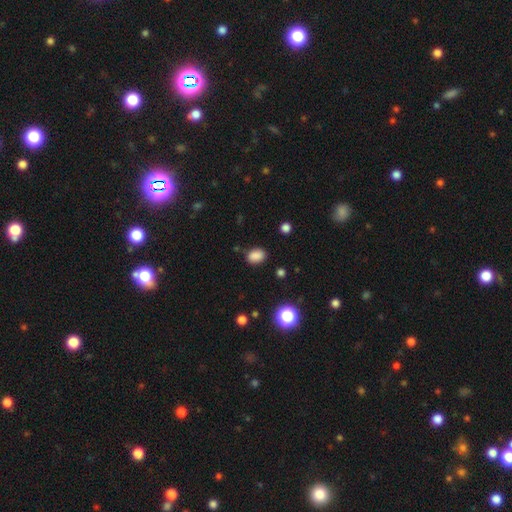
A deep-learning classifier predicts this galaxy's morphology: smooth 85%, star or artifact 11%, featured or disk 4%. Down the decision tree: how rounded — in between (73%); merging — none (81%).